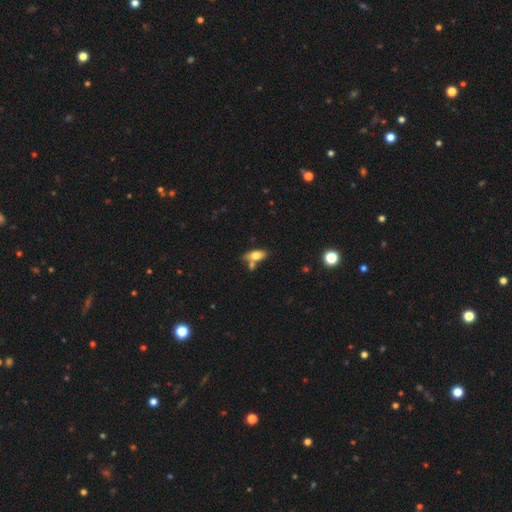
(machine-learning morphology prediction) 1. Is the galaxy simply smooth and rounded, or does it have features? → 71% smooth, 21% featured or disk, 8% star or artifact.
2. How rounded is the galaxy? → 82% in between, 14% cigar-shaped, 4% round.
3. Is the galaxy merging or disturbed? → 56% none, 24% merger, 15% minor disturbance, 4% major disturbance.